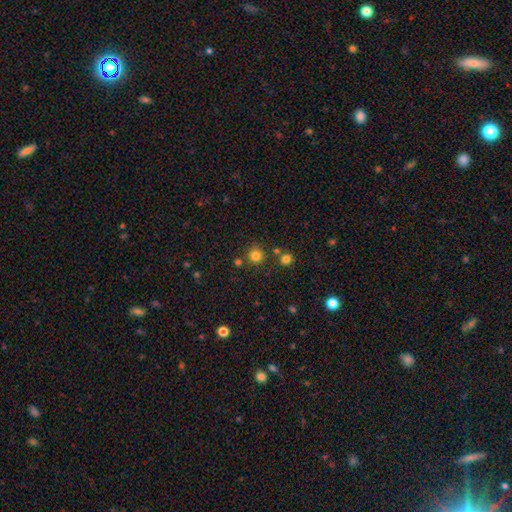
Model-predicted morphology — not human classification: smooth-or-featured: smooth: 79% | star or artifact: 16% | featured or disk: 5%
  how-rounded: round: 92% | in between: 7% | cigar-shaped: 1%
  merging: none: 79% | merger: 9% | minor disturbance: 8% | major disturbance: 3%